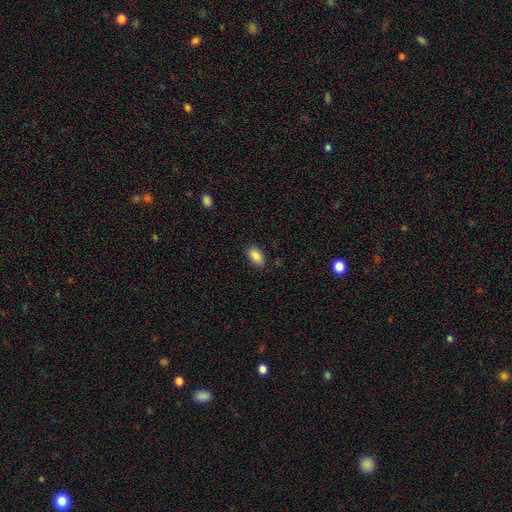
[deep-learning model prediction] A smooth galaxy with no disk features (89%) that is in between round and cigar-shaped (93%). Merging: none (86%).